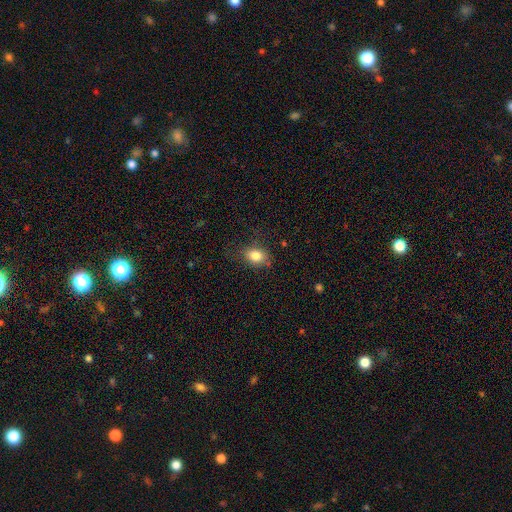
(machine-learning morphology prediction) type=smooth (83%); roundness=in between (62%); merging=none (74%).